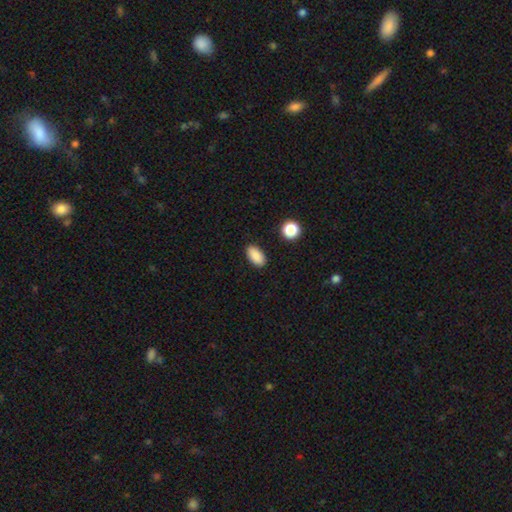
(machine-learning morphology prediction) smooth_or_featured: smooth (p=0.89) [alt: star or artifact p=0.08]
how_rounded: in between (p=0.93) [alt: round p=0.05]
merging: none (p=0.89) [alt: minor disturbance p=0.08]